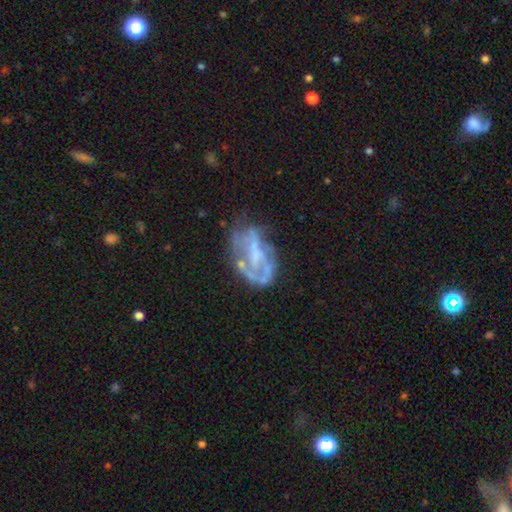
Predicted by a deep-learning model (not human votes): Overall: featured or disk (66%). Edge-on disk: no (95%). Bar: no (59%; weak 29%). Spiral arms: no (52%; yes 48%). Bulge size: none (47%; small 26%). Merging: none (43%; major disturbance 27%).